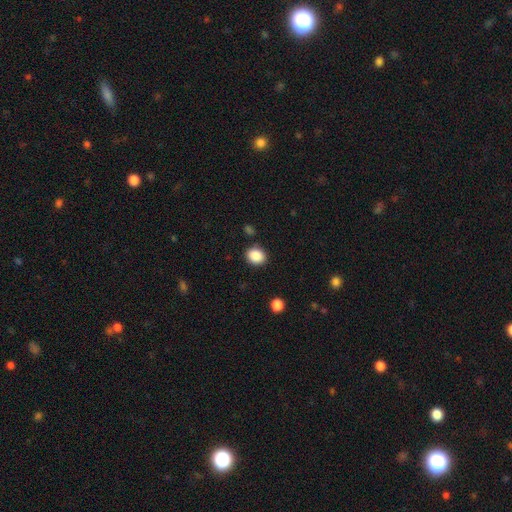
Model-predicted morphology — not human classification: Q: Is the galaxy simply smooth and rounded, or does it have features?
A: smooth — 88%.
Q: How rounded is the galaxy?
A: round — 58%.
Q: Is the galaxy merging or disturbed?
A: none — 86%.